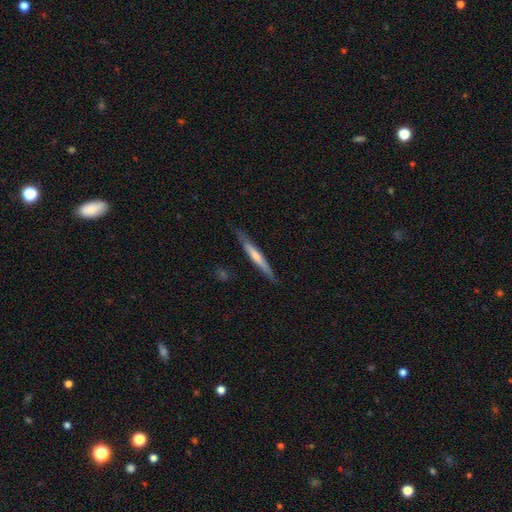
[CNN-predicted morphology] smooth_or_featured: featured or disk (p=0.61) [alt: smooth p=0.33]
disk_edge_on: yes (p=0.96) [alt: no p=0.04]
edge_on_bulge: rounded (p=0.51) [alt: none p=0.41]
merging: none (p=0.86) [alt: minor disturbance p=0.11]